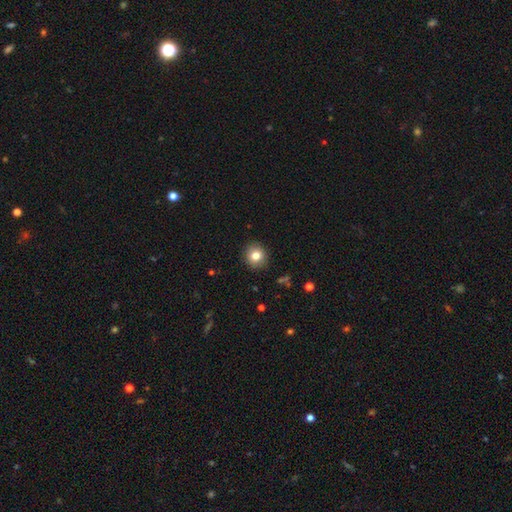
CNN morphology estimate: This is clearly a smooth galaxy (81%). How rounded: clearly round (88%). Merging: clearly none (91%).